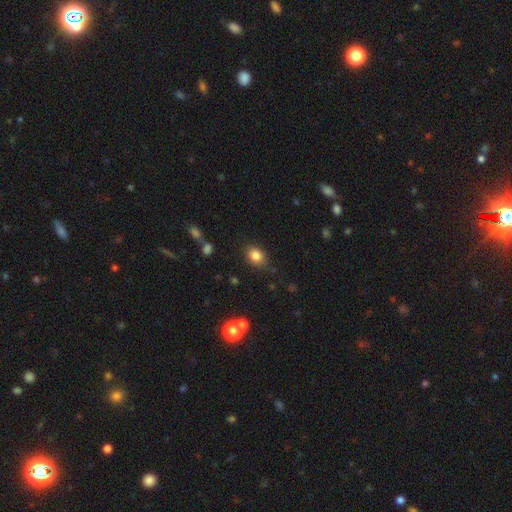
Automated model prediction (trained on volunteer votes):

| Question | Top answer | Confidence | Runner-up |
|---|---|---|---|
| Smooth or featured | smooth | 84% | star or artifact (10%) |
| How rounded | in between | 62% | round (37%) |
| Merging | none | 81% | minor disturbance (14%) |